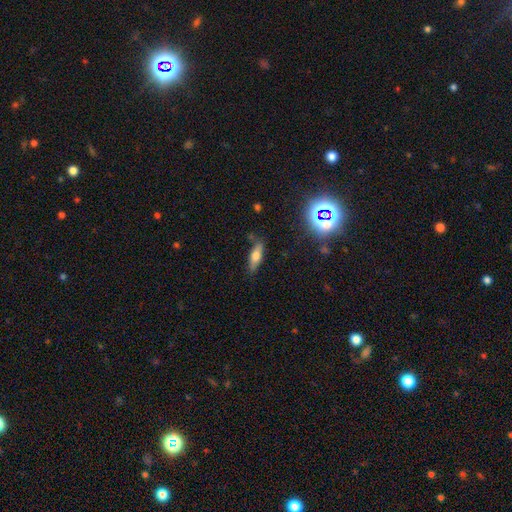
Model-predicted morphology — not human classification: A smooth galaxy with no disk features (62%) that is in between round and cigar-shaped (53%).

Vote fractions:
- Smooth or featured? smooth: 62% / featured or disk: 27% / star or artifact: 11%
- How rounded? in between: 53% / cigar-shaped: 44% / round: 3%
- Merging? none: 78% / minor disturbance: 16% / major disturbance: 3% / merger: 3%